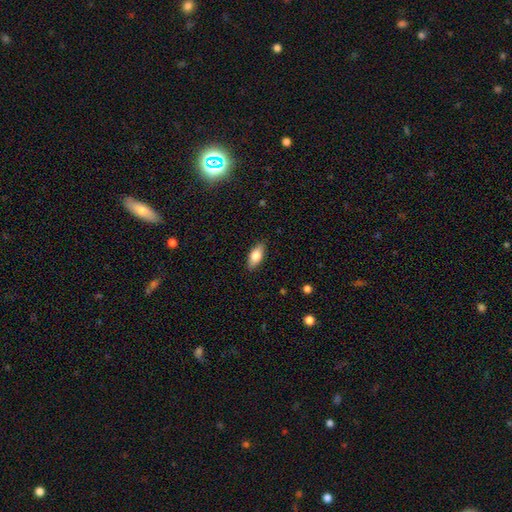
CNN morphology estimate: Smooth or featured: smooth — 77% (featured or disk — 17%)
How rounded: in between — 84% (cigar-shaped — 12%)
Merging: none — 88% (minor disturbance — 9%)